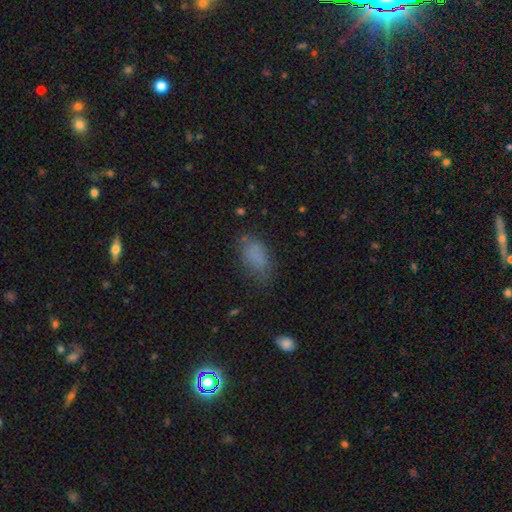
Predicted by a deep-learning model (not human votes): Q: Smooth or featured?
A: smooth (78%); runner-up: star or artifact (12%)
Q: How rounded?
A: in between (90%); runner-up: round (7%)
Q: Merging?
A: none (56%); runner-up: minor disturbance (28%)